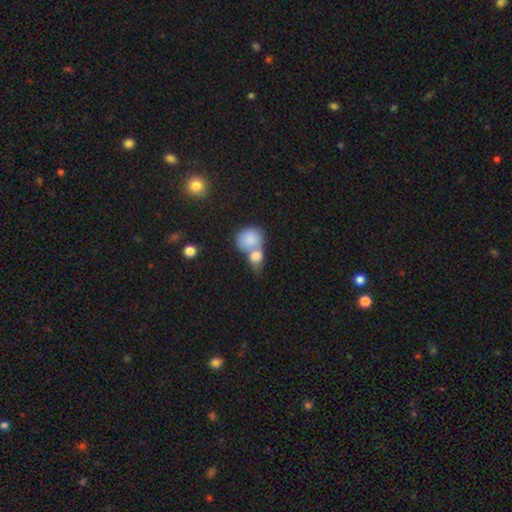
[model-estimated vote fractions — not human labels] smooth 81%, featured or disk 12%, star or artifact 7%. Down the decision tree: how rounded — round (56%); merging — merger (68%).